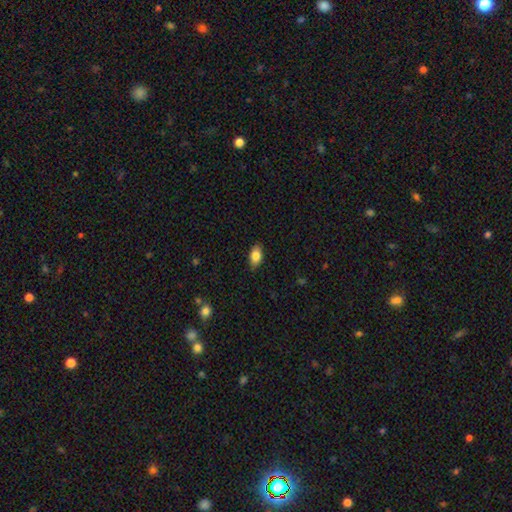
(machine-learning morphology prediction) This is clearly a smooth galaxy (82%). How rounded: clearly in between (89%). Merging: clearly none (86%).